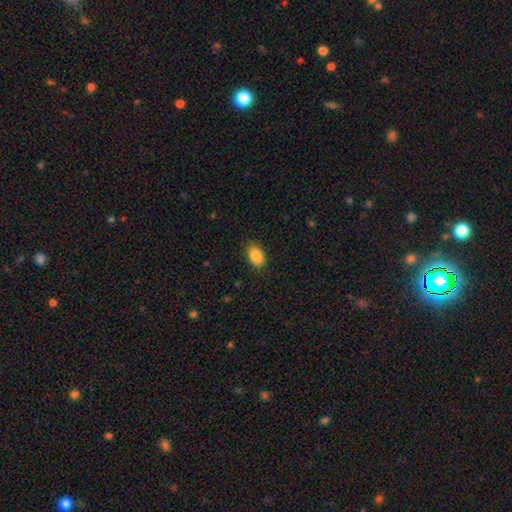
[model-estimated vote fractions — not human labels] smooth-or-featured: smooth: 88% | star or artifact: 8% | featured or disk: 5%
  how-rounded: in between: 89% | round: 10% | cigar-shaped: 1%
  merging: none: 87% | minor disturbance: 10% | major disturbance: 2% | merger: 1%